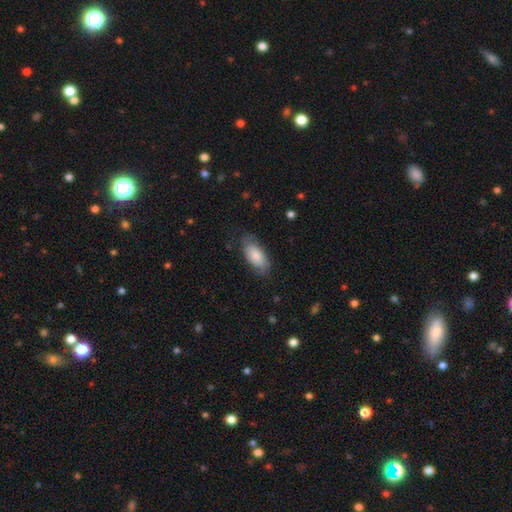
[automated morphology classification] smooth-or-featured: smooth: 80% | featured or disk: 15% | star or artifact: 6%
  how-rounded: in between: 91% | cigar-shaped: 7% | round: 2%
  merging: none: 68% | minor disturbance: 23% | major disturbance: 8% | merger: 1%